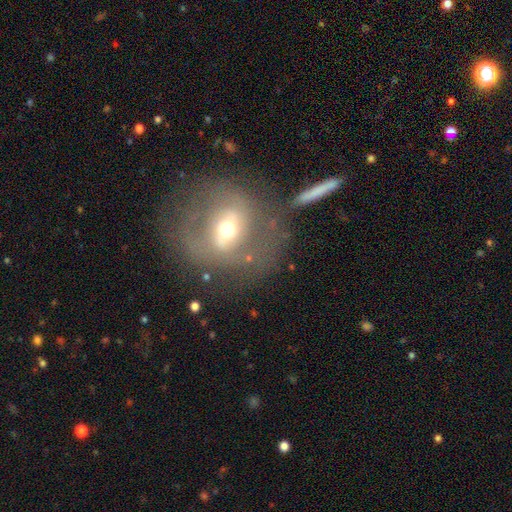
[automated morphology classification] Smooth or featured? Predicted: featured or disk (p=0.58). Edge-on disk? Predicted: no (p=0.89). Bar? Predicted: weak (p=0.39). Spiral arms? Predicted: no (p=0.66). Bulge size? Predicted: moderate (p=0.62). Merging? Predicted: none (p=0.63).